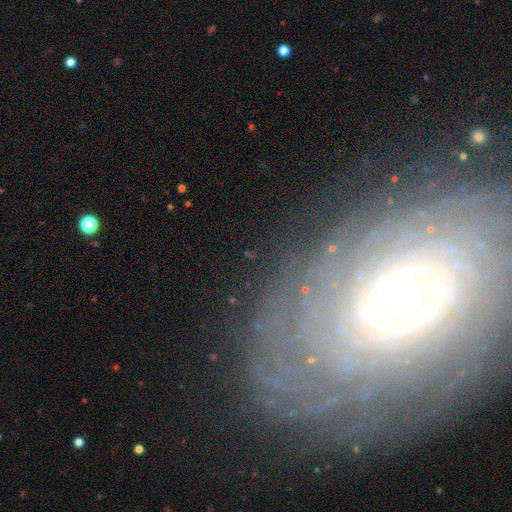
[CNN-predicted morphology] A featured or disk galaxy (79%) with no bar (48%), tight (85%) spiral arms (89%) and a small central bulge (47%).

Vote fractions:
- Smooth or featured? featured or disk: 79% / star or artifact: 11% / smooth: 10%
- Edge-on disk? no: 93% / yes: 7%
- Bar? no: 48% / weak: 31% / strong: 21%
- Spiral arms? yes: 89% / no: 11%
- Spiral winding? tight: 85% / medium: 11% / loose: 4%
- Spiral arm count? can't tell: 41% / more than 4: 23% / 2: 10% / 4: 10% / 3: 9% / 1: 7%
- Bulge size? small: 47% / moderate: 42% / large: 7% / dominant: 2% / none: 2%
- Merging? none: 80% / minor disturbance: 12% / major disturbance: 6% / merger: 2%